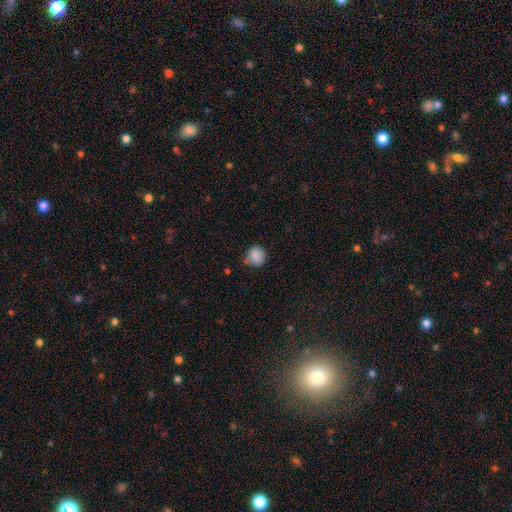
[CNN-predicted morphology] Smooth or featured: smooth — 87% (star or artifact — 9%)
How rounded: round — 85% (in between — 14%)
Merging: none — 70% (minor disturbance — 22%)